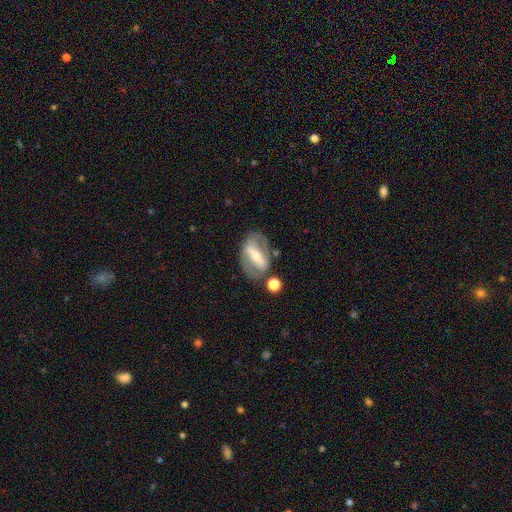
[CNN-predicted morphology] This appears to be a featured or disk galaxy (73%) with a strong bar (72%), spiral arms (57%) and a small central bulge (50%). Merging: none (69%).